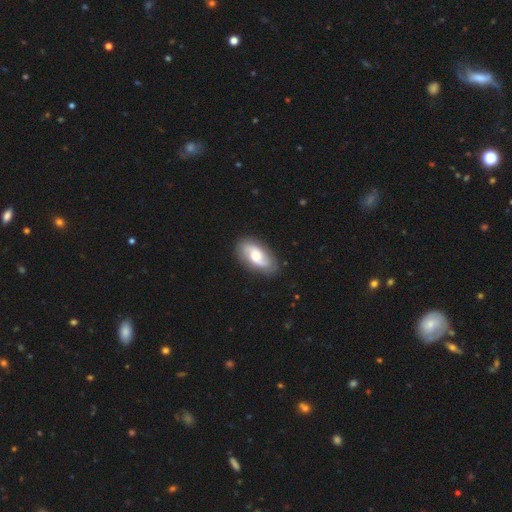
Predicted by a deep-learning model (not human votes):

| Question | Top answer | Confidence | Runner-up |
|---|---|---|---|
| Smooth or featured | featured or disk | 65% | smooth (29%) |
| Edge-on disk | no | 94% | yes (6%) |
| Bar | no | 59% | weak (32%) |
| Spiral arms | yes | 86% | no (14%) |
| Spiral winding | loose | 43% | medium (36%) |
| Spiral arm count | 2 | 85% | can't tell (8%) |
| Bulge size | moderate | 66% | small (24%) |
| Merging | none | 85% | minor disturbance (11%) |